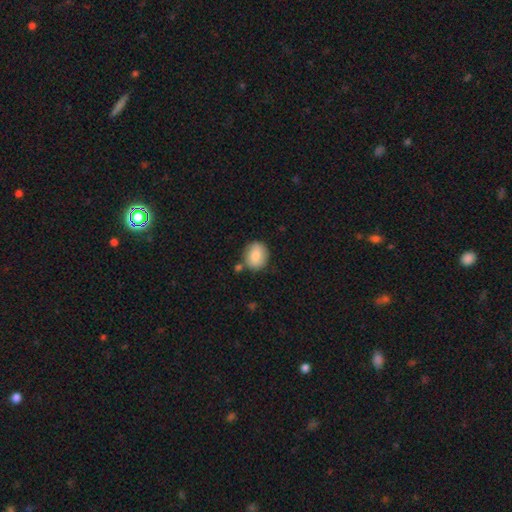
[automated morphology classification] This is clearly a smooth galaxy (81%). How rounded: likely round (64%). Merging: likely none (76%).